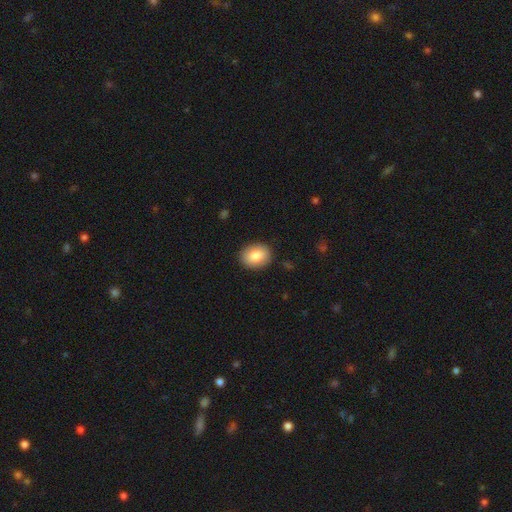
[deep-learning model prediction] The model was most divided on "how rounded": in between: 54%, round: 45%, cigar-shaped: 1%. More confident: merging — none (89%); smooth or featured — smooth (84%).